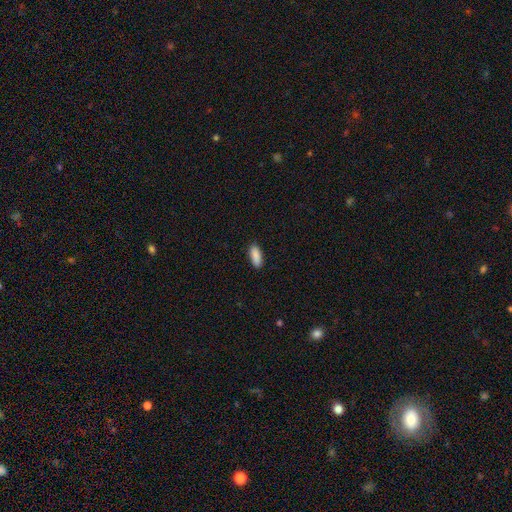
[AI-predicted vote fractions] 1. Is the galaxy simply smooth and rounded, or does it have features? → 90% smooth, 6% star or artifact, 4% featured or disk.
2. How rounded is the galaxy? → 73% in between, 25% cigar-shaped, 2% round.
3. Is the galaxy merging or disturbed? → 89% none, 8% minor disturbance, 2% major disturbance, 1% merger.